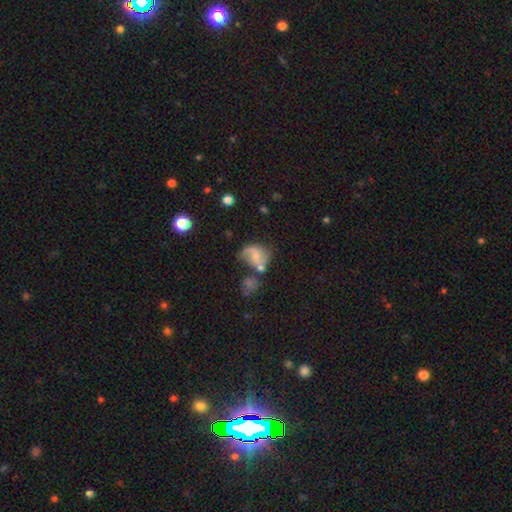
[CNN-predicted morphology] The model was most divided on "bar": no: 49%, weak: 41%, strong: 10%. Remaining: edge-on disk — no (98%); spiral arms — yes (82%); smooth or featured — featured or disk (54%); bulge size — small (42%); merging — none (35%).